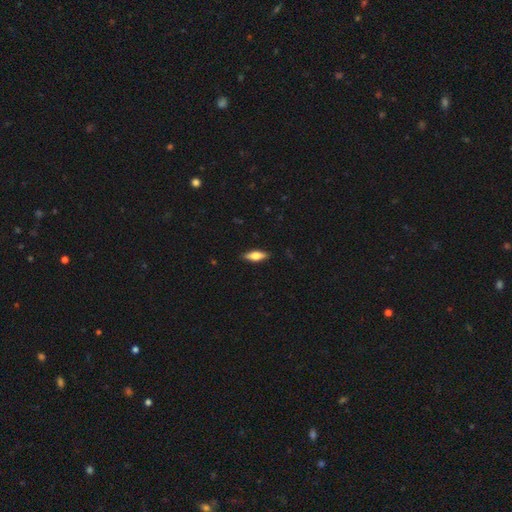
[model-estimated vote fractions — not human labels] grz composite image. It shows a smooth galaxy with no disk features (53%) that is in between round and cigar-shaped (59%). Merging: none (88%).